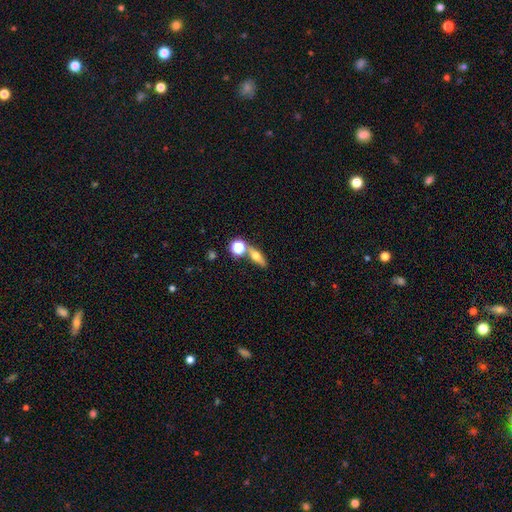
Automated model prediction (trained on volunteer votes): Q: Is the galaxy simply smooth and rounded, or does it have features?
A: smooth — 48%.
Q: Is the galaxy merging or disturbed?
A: none — 68%.